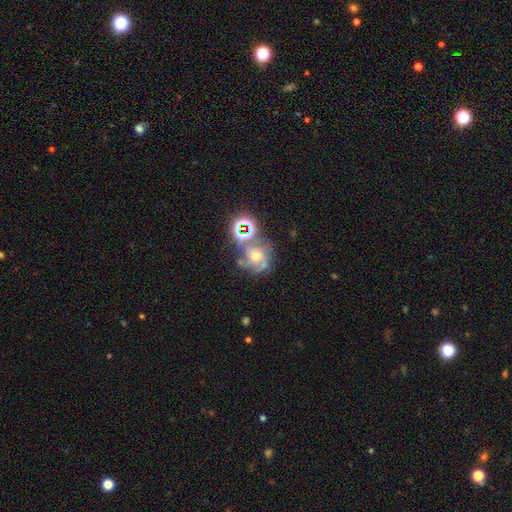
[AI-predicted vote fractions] smooth-or-featured: featured or disk: 47% | star or artifact: 32% | smooth: 21%
  merging: none: 50% | merger: 20% | minor disturbance: 16% | major disturbance: 14%